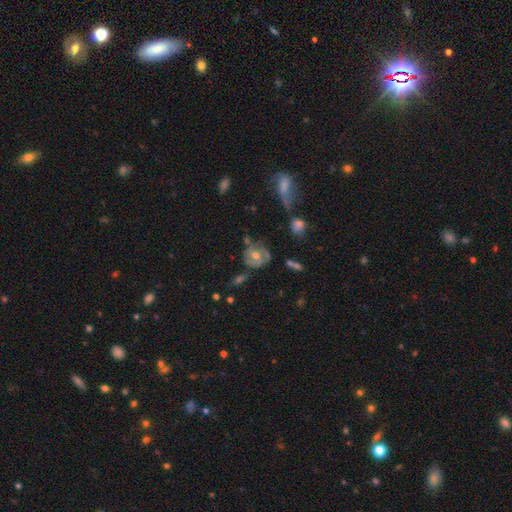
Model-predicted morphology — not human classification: Smooth or featured? featured or disk (58%)
Edge-on disk? no (95%)
Bar? no (69%)
Spiral arms? yes (57%)
Bulge size? moderate (74%)
Merging? none (54%)